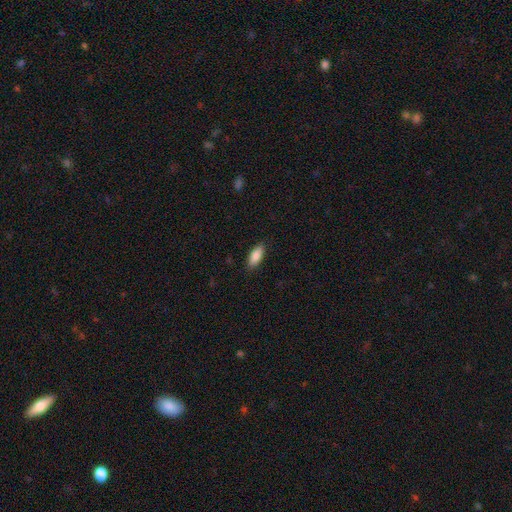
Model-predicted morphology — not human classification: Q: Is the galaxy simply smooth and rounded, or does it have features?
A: smooth — 86%.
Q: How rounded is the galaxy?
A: in between — 77%.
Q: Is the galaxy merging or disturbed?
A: none — 87%.